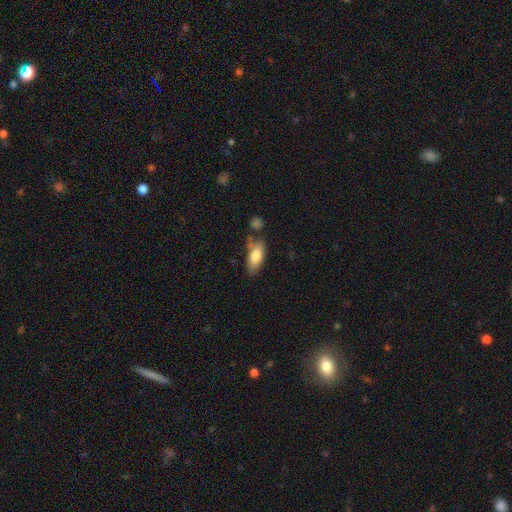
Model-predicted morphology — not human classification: smooth-or-featured: smooth: 79% | featured or disk: 15% | star or artifact: 6%
  how-rounded: in between: 82% | cigar-shaped: 16% | round: 3%
  merging: none: 63% | minor disturbance: 21% | merger: 11% | major disturbance: 6%